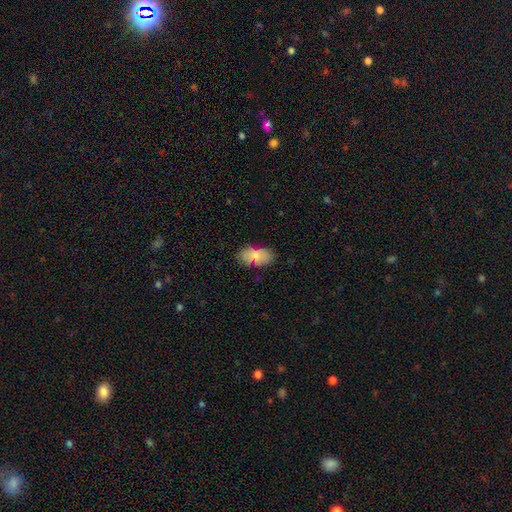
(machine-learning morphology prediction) Smooth or featured? smooth (77%)
How rounded? in between (93%)
Merging? none (75%)